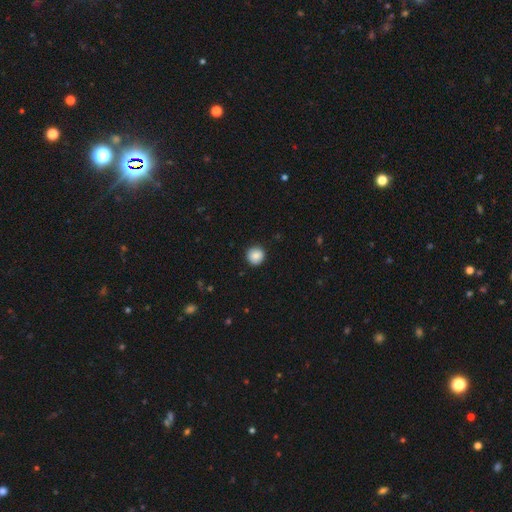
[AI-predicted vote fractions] smooth_or_featured: smooth (p=0.86) [alt: star or artifact p=0.09]
how_rounded: round (p=0.94) [alt: in between p=0.05]
merging: none (p=0.90) [alt: minor disturbance p=0.07]